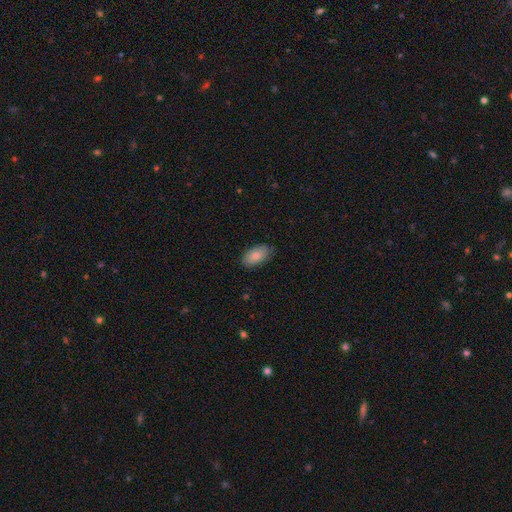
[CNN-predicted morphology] Smooth or featured? Predicted: smooth (p=0.83). How rounded? Predicted: in between (p=0.94). Merging? Predicted: none (p=0.82).